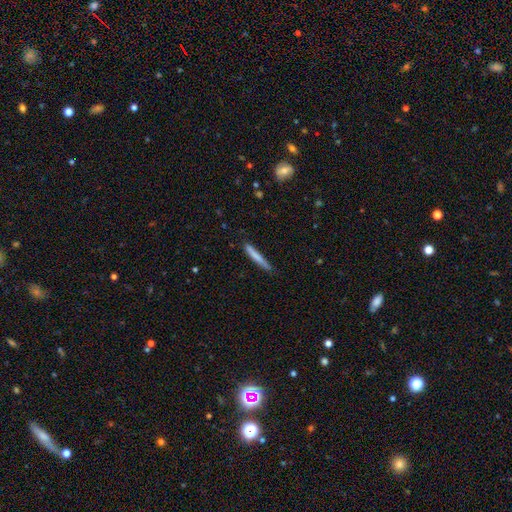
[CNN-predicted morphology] A smooth galaxy with no disk features (74%) that is cigar-shaped (95%). Merging: none (77%).